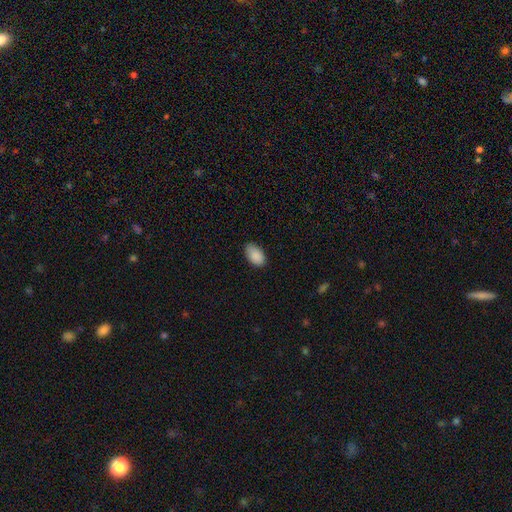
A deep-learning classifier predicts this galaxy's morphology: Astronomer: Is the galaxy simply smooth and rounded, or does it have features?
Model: smooth — 90%.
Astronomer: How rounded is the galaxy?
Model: in between — 93%.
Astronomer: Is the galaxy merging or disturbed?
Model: none — 81%.